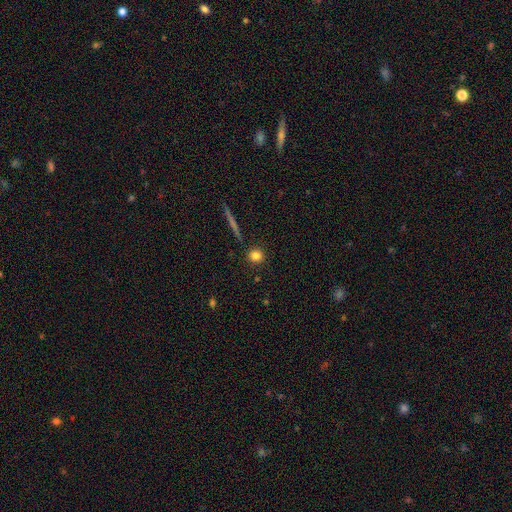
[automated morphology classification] A smooth galaxy with no disk features (82%) that is round (88%). Merging: none (89%).